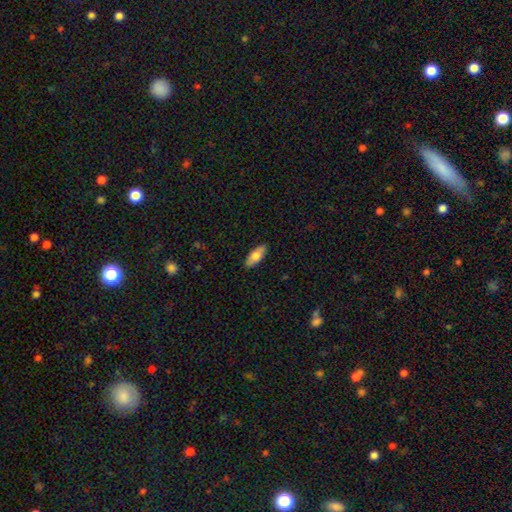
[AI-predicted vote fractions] smooth-or-featured: smooth: 74% | featured or disk: 20% | star or artifact: 6%
  how-rounded: in between: 79% | cigar-shaped: 19% | round: 2%
  merging: none: 89% | minor disturbance: 9% | major disturbance: 2% | merger: 1%